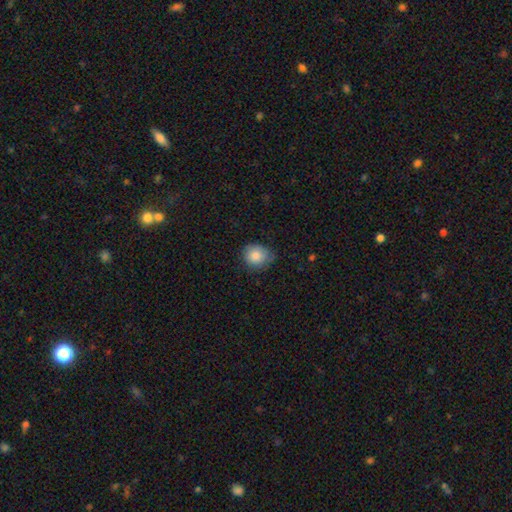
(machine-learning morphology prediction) smooth-or-featured: smooth: 85% | star or artifact: 8% | featured or disk: 7%
  how-rounded: round: 71% | in between: 28% | cigar-shaped: 1%
  merging: none: 67% | minor disturbance: 28% | major disturbance: 5% | merger: 1%